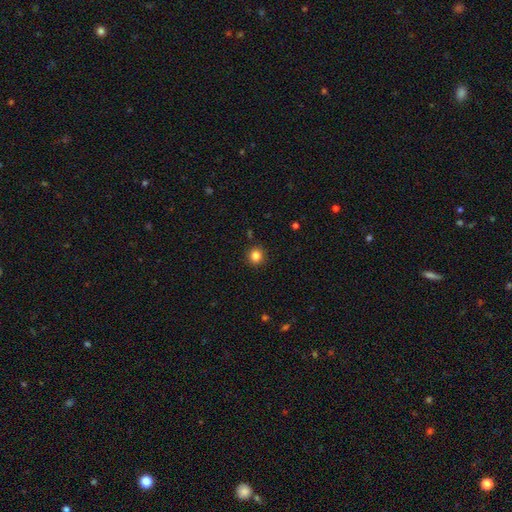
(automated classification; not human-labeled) Smooth or featured? smooth (84%)
How rounded? round (92%)
Merging? none (91%)